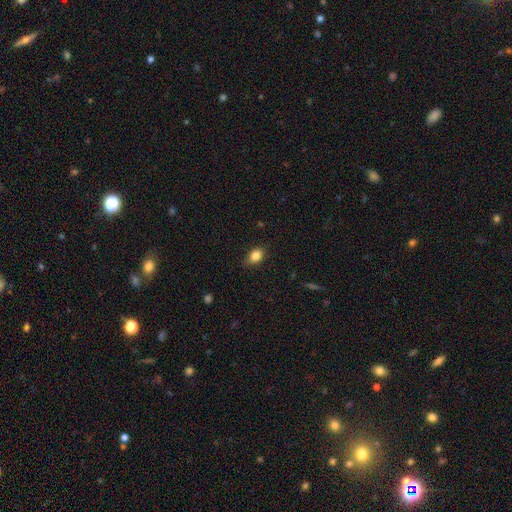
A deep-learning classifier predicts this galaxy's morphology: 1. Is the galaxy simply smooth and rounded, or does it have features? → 84% smooth, 10% star or artifact, 6% featured or disk.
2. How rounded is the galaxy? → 67% in between, 31% round, 2% cigar-shaped.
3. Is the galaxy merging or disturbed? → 77% none, 19% minor disturbance, 3% major disturbance, 1% merger.